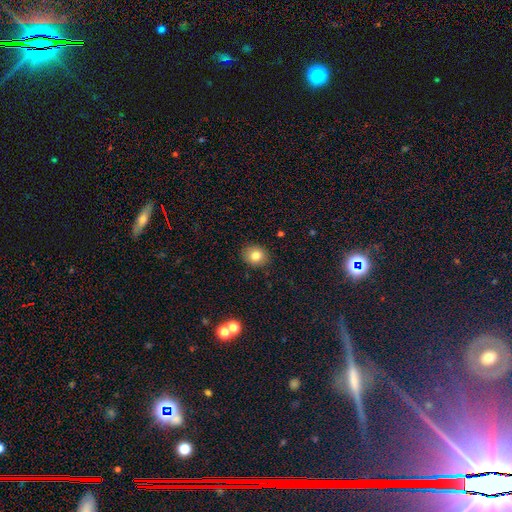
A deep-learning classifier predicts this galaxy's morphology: The model was most divided on "how rounded": round: 64%, in between: 35%, cigar-shaped: 1%. More confident: merging — none (89%); smooth or featured — smooth (80%).